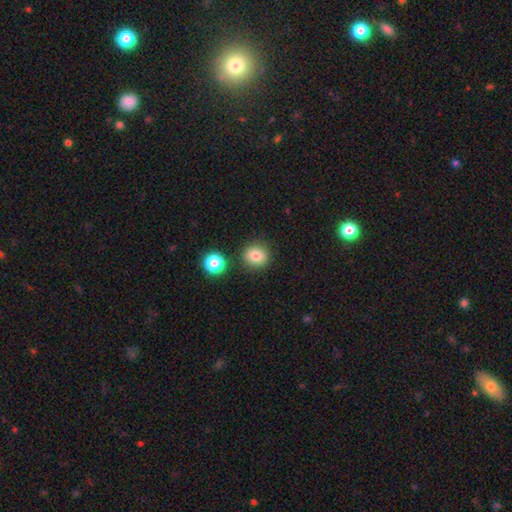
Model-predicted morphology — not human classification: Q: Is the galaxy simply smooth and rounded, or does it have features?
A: smooth — 81%.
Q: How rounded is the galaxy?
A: round — 84%.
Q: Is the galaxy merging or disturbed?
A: none — 84%.